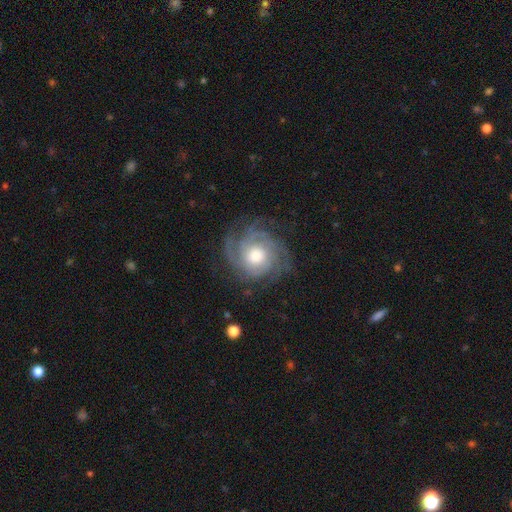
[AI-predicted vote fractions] Smooth or featured? featured or disk (86%)
Edge-on disk? no (98%)
Bar? no (79%)
Spiral arms? yes (97%)
Spiral winding? tight (66%)
Spiral arm count? 3 (30%)
Bulge size? moderate (62%)
Merging? none (76%)